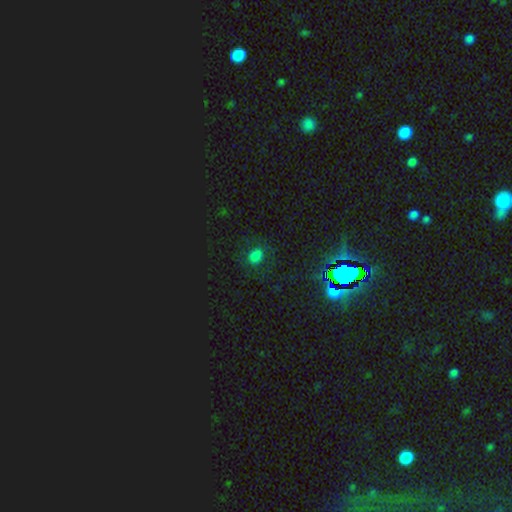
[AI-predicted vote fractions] Smooth or featured?
  - smooth: 54% *
  - star or artifact: 29%
  - featured or disk: 17%
How rounded?
  - round: 65% *
  - in between: 34%
  - cigar-shaped: 2%
Merging?
  - none: 73% *
  - minor disturbance: 15%
  - major disturbance: 11%
  - merger: 2%